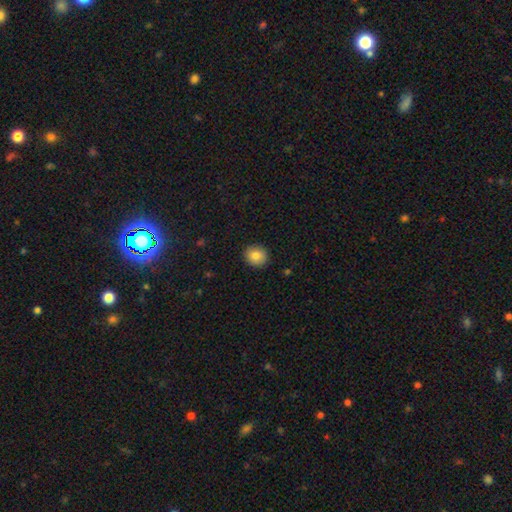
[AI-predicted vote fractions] smooth 83%, star or artifact 9%, featured or disk 8%. Down the decision tree: how rounded — round (88%); merging — none (91%).